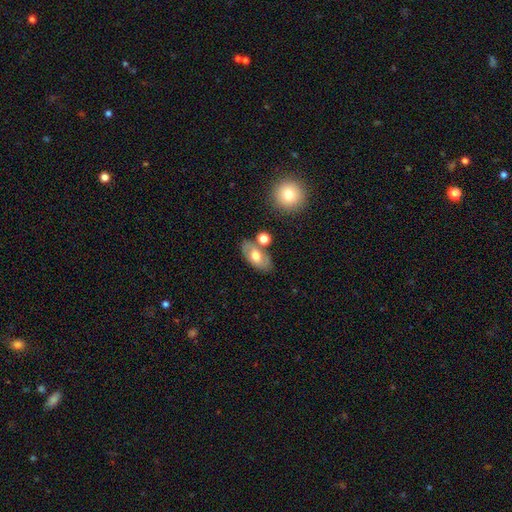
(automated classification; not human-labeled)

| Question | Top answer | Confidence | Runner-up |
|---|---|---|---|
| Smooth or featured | smooth | 57% | featured or disk (35%) |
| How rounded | in between | 89% | round (7%) |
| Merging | none | 68% | minor disturbance (14%) |